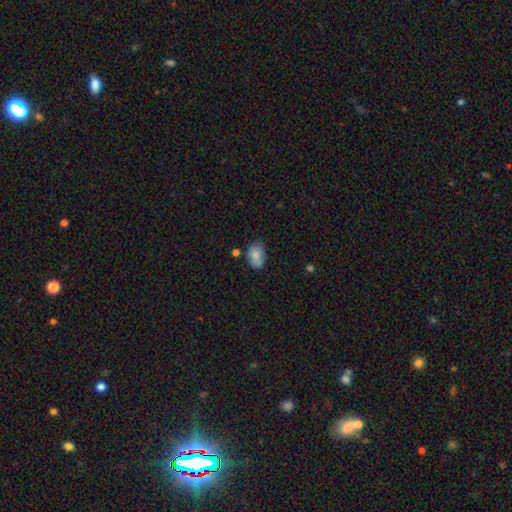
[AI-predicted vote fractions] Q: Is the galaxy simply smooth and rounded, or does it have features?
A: smooth — 82%.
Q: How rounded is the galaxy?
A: in between — 86%.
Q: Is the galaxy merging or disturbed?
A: none — 64%.